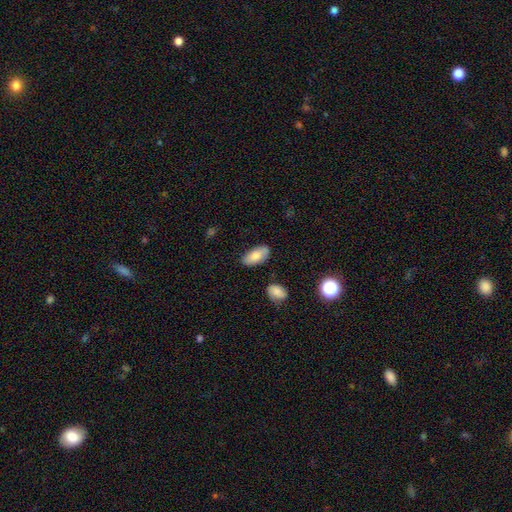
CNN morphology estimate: The model was most divided on "merging": none: 79%, minor disturbance: 15%, merger: 3%, major disturbance: 3%. More confident: how rounded — in between (93%); smooth or featured — smooth (82%).